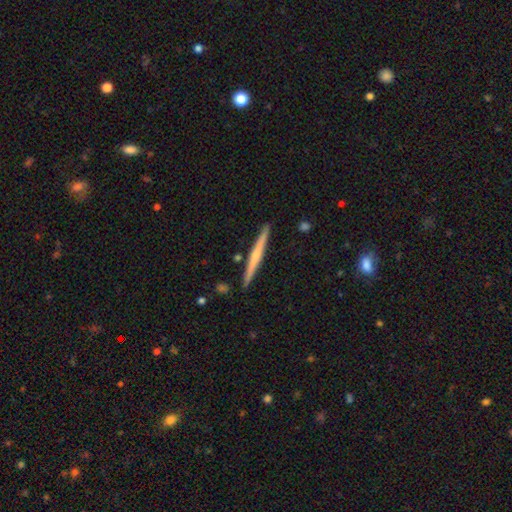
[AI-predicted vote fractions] Smooth or featured: featured or disk — 56% (smooth — 38%)
Edge-on disk: yes — 98% (no — 2%)
Edge-on bulge: none — 47% (rounded — 45%)
Merging: none — 91% (minor disturbance — 6%)